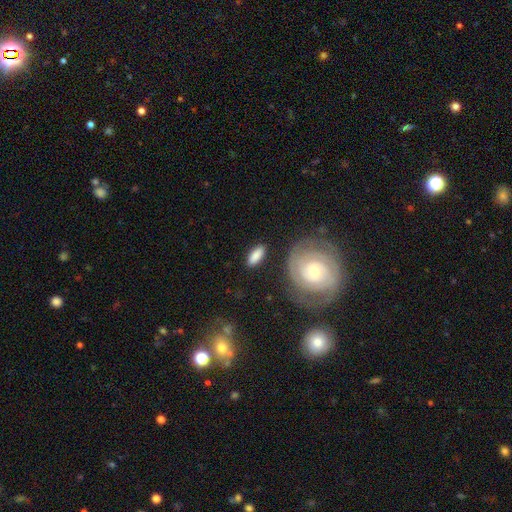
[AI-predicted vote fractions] Smooth or featured: smooth — 82% (featured or disk — 13%)
How rounded: in between — 73% (cigar-shaped — 23%)
Merging: none — 82% (minor disturbance — 11%)